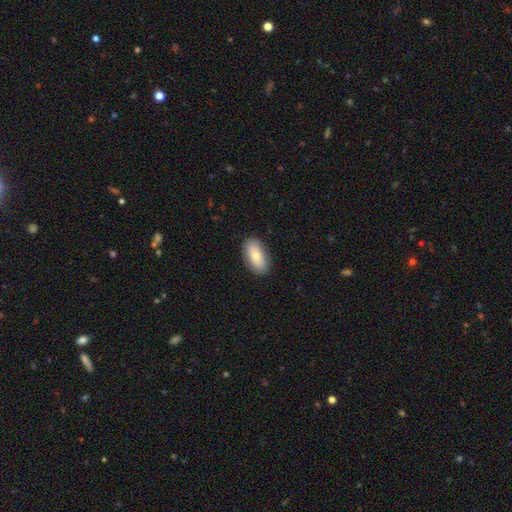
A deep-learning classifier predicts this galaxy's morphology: Q: Smooth or featured?
A: smooth (72%); runner-up: featured or disk (21%)
Q: How rounded?
A: in between (92%); runner-up: round (5%)
Q: Merging?
A: none (88%); runner-up: minor disturbance (9%)